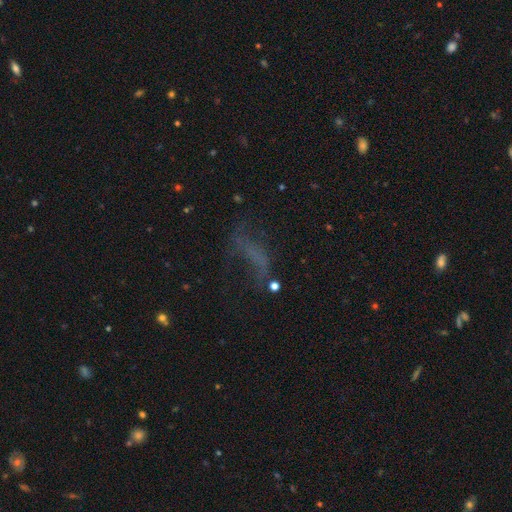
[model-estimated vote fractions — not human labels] Smooth or featured: featured or disk — 36% (smooth — 34%)
Merging: none — 41% (major disturbance — 35%)